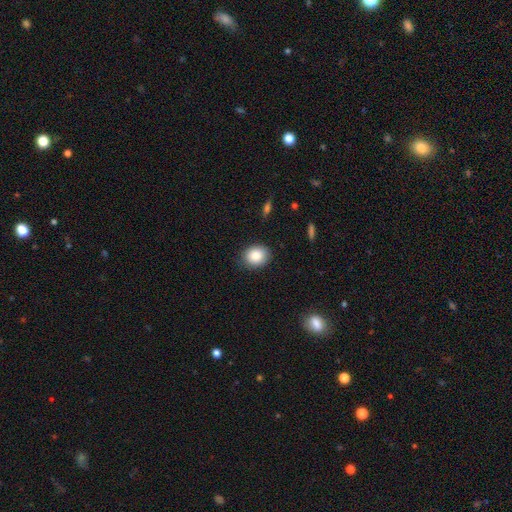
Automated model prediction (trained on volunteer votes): Smooth or featured?
  - smooth: 85% *
  - star or artifact: 9%
  - featured or disk: 6%
How rounded?
  - round: 63% *
  - in between: 36%
  - cigar-shaped: 1%
Merging?
  - none: 86% *
  - minor disturbance: 11%
  - major disturbance: 2%
  - merger: 1%